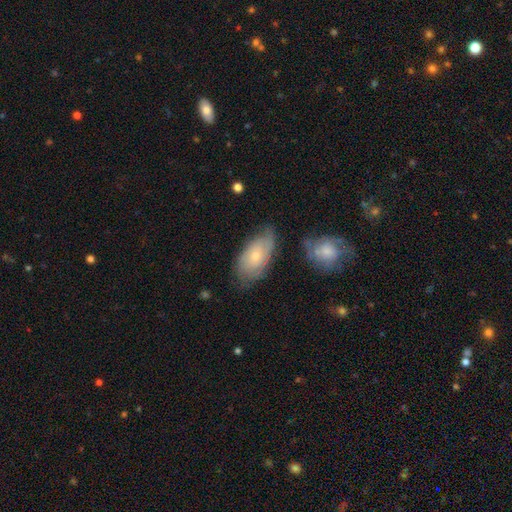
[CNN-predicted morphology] This appears to be a featured or disk galaxy (50%). Merging: none (59%).